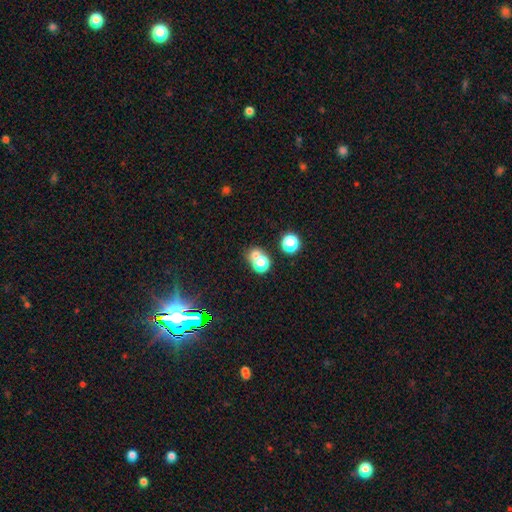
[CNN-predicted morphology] Smooth or featured? Predicted: smooth (p=0.66). How rounded? Predicted: round (p=0.70). Merging? Predicted: none (p=0.46).